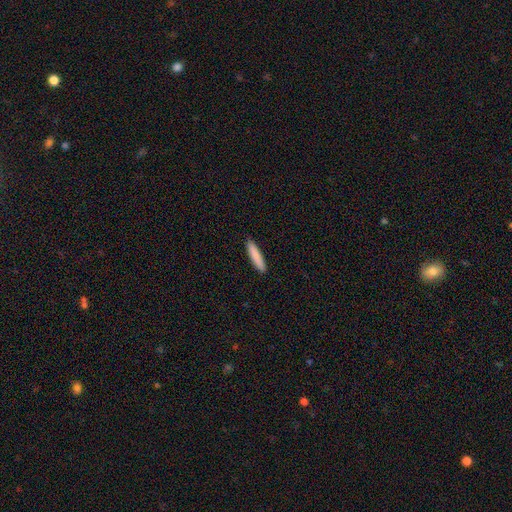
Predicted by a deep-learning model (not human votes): A smooth galaxy with no disk features (86%) that is cigar-shaped (89%). Merging: none (91%).